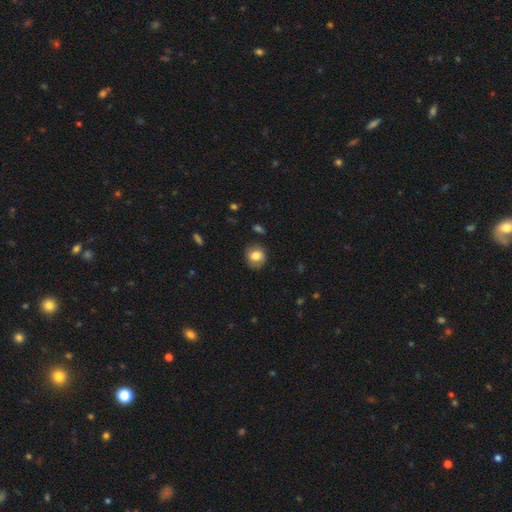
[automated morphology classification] type=smooth (78%); roundness=round (77%); merging=none (82%).